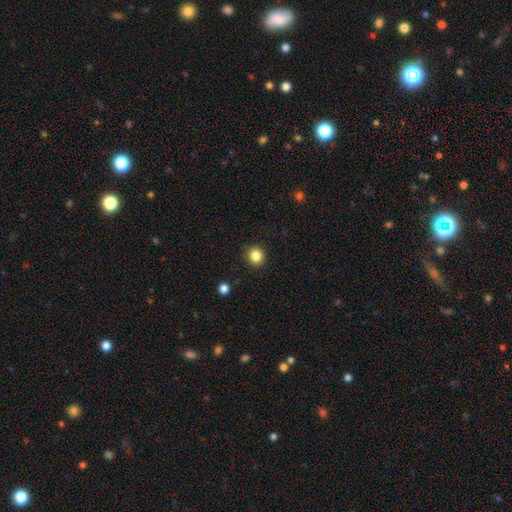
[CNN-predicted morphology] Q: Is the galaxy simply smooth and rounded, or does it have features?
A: smooth — 85%.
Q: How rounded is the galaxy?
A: round — 86%.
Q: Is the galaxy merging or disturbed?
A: none — 90%.